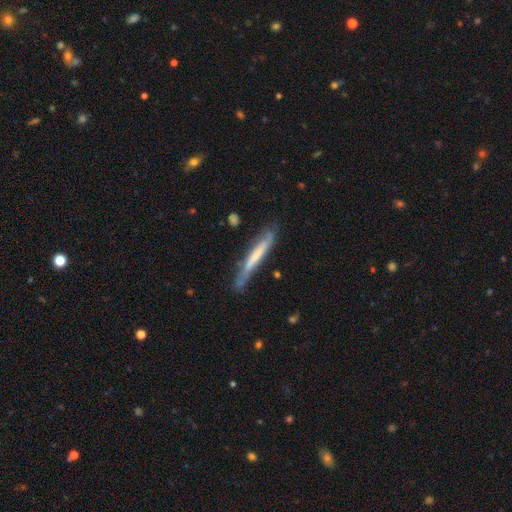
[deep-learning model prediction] Smooth or featured? Predicted: smooth (p=0.47, tied with featured or disk). Merging? Predicted: none (p=0.66).